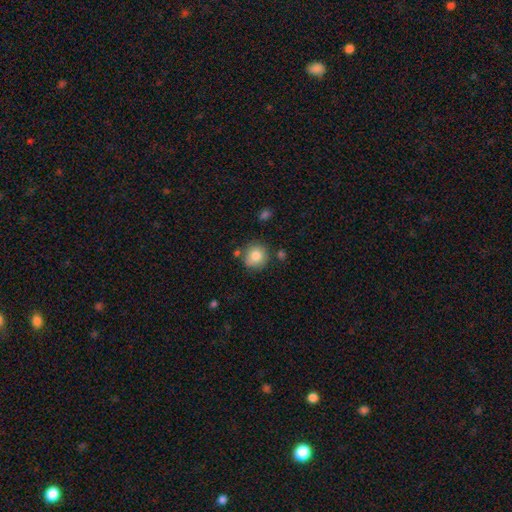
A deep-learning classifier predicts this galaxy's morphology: The model was most divided on "merging": none: 79%, minor disturbance: 12%, merger: 6%, major disturbance: 3%. More confident: how rounded — round (90%); smooth or featured — smooth (82%).